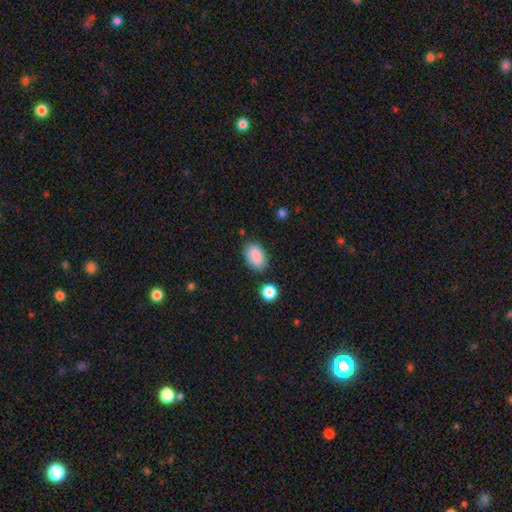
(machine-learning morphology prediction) smooth_or_featured: smooth (p=0.88) [alt: star or artifact p=0.07]
how_rounded: in between (p=0.92) [alt: round p=0.07]
merging: none (p=0.82) [alt: minor disturbance p=0.12]